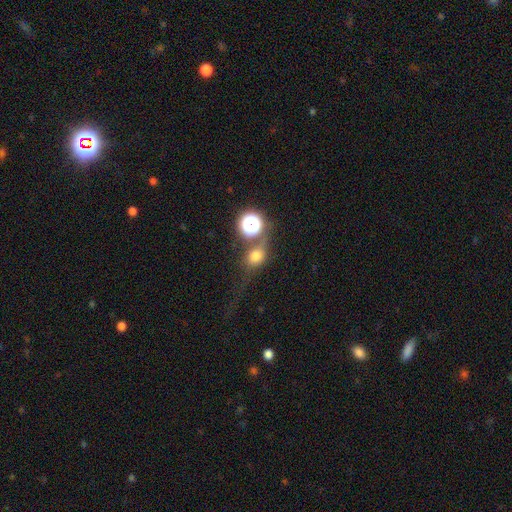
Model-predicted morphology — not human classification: This appears to be a smooth galaxy with no disk features (66%) that is round (63%). Merging: none (47%).